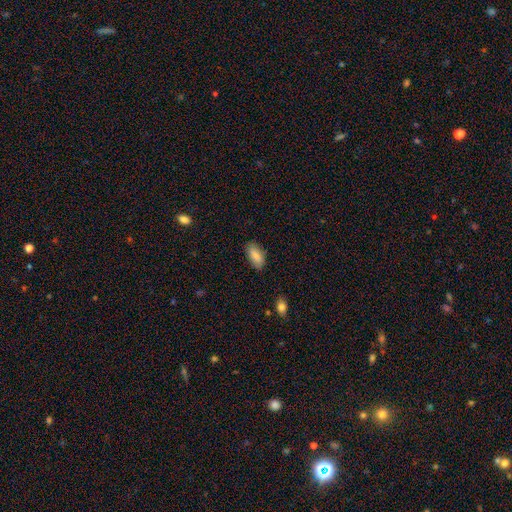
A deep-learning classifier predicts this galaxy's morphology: The model was most divided on "merging": none: 84%, minor disturbance: 12%, major disturbance: 3%, merger: 1%. More confident: how rounded — in between (90%); smooth or featured — smooth (88%).